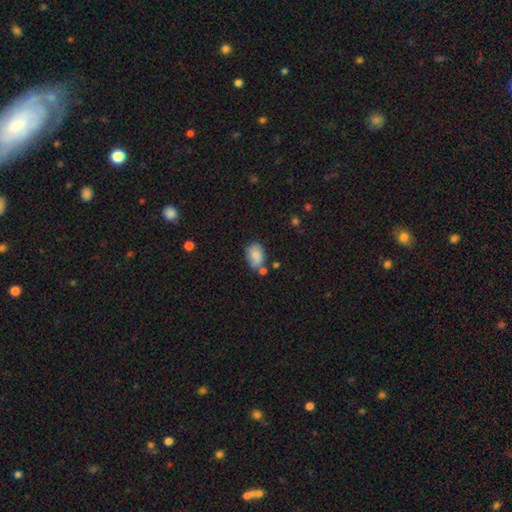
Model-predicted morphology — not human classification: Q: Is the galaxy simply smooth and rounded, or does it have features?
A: smooth — 82%.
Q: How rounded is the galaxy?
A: in between — 82%.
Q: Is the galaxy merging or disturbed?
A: none — 57%.